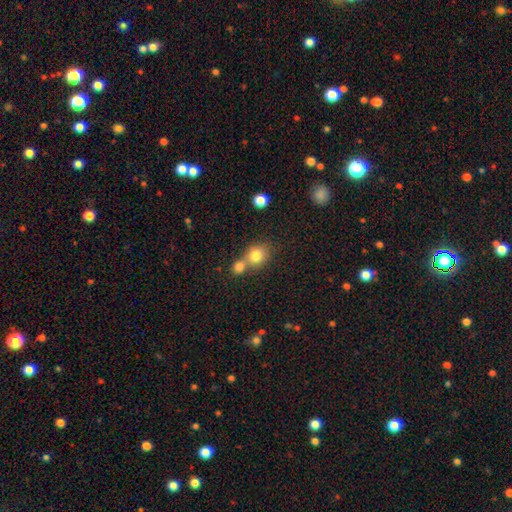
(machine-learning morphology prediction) smooth 79%, star or artifact 10%, featured or disk 10%. Down the decision tree: how rounded — round (71%); merging — merger (51%).